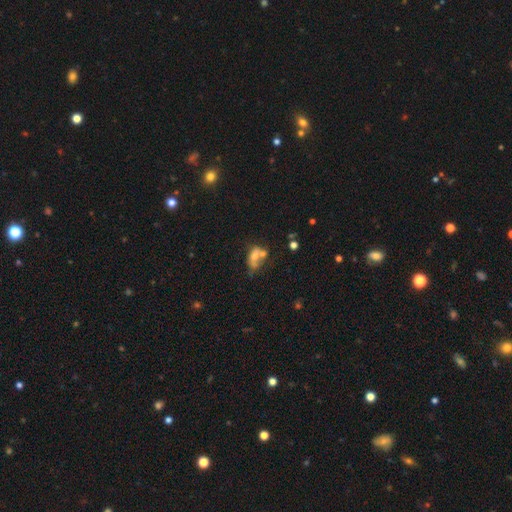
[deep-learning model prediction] Smooth or featured? smooth (53%)
How rounded? in between (75%)
Merging? merger (48%)